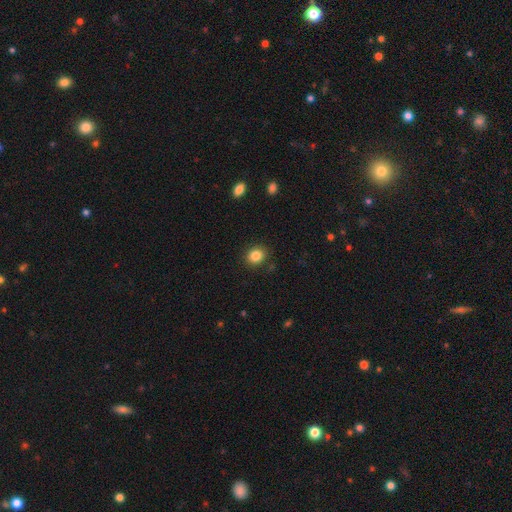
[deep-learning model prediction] Smooth or featured?
  - smooth: 85% *
  - star or artifact: 10%
  - featured or disk: 5%
How rounded?
  - round: 69% *
  - in between: 30%
  - cigar-shaped: 1%
Merging?
  - none: 89% *
  - minor disturbance: 8%
  - major disturbance: 2%
  - merger: 1%